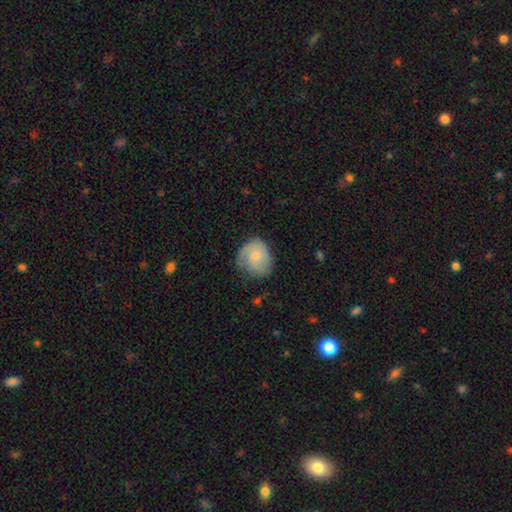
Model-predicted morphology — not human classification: smooth-or-featured: smooth: 47% (tied) | featured or disk: 47% (tied) | star or artifact: 7%
  merging: none: 64% | minor disturbance: 25% | major disturbance: 10% | merger: 1%